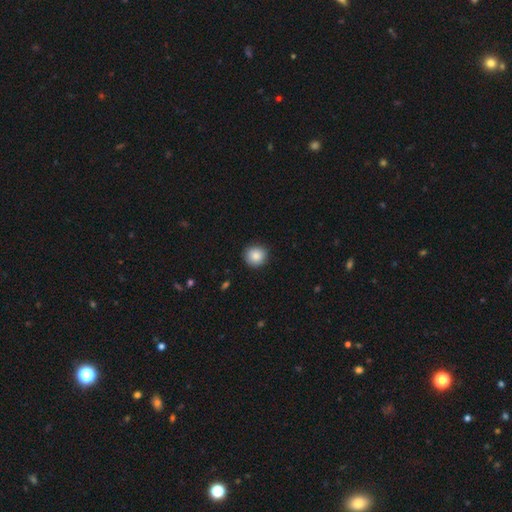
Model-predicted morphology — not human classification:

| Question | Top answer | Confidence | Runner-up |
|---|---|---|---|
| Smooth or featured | smooth | 87% | star or artifact (8%) |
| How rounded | round | 92% | in between (7%) |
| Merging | none | 89% | minor disturbance (8%) |